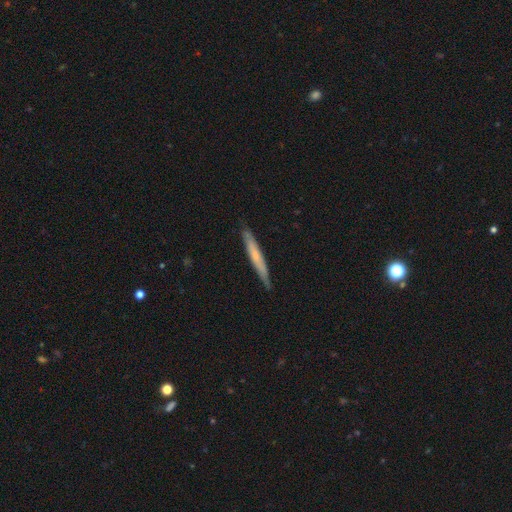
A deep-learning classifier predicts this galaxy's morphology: smooth_or_featured: smooth (p=0.50) [alt: featured or disk p=0.44]
merging: none (p=0.86) [alt: minor disturbance p=0.11]